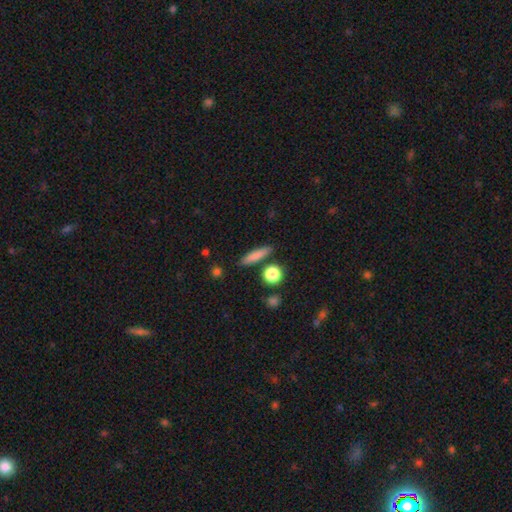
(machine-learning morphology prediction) Smooth or featured? smooth (79%)
How rounded? cigar-shaped (79%)
Merging? none (85%)